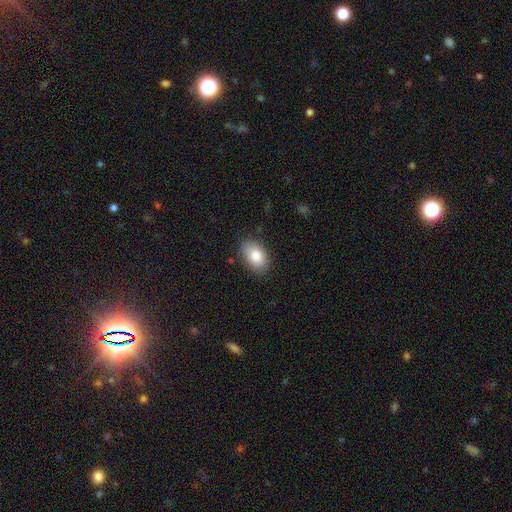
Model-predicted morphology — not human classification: Smooth or featured? smooth (83%)
How rounded? in between (88%)
Merging? none (84%)